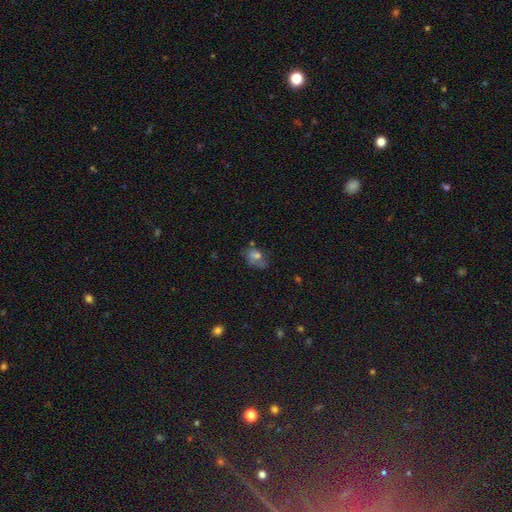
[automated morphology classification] This appears to be a smooth galaxy with no disk features (50%). Merging: none (48%).